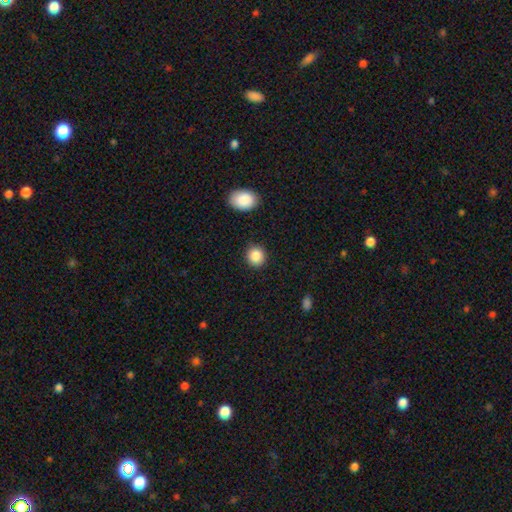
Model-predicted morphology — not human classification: A smooth galaxy with no disk features (88%) that is round (85%).

Vote fractions:
- Smooth or featured? smooth: 88% / star or artifact: 9% / featured or disk: 4%
- How rounded? round: 85% / in between: 14% / cigar-shaped: 1%
- Merging? none: 89% / minor disturbance: 7% / major disturbance: 2% / merger: 2%